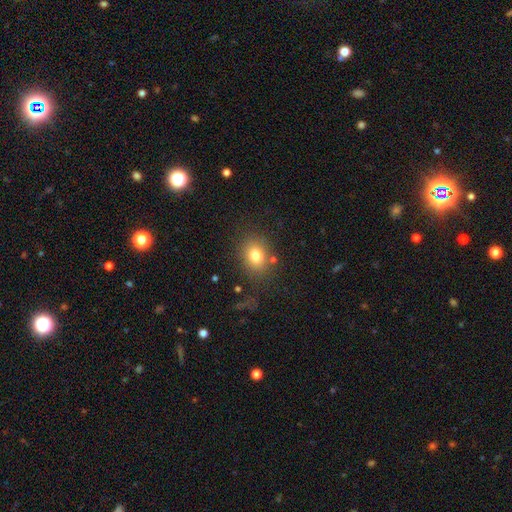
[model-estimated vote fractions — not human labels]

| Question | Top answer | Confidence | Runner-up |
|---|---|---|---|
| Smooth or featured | smooth | 78% | star or artifact (12%) |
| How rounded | round | 53% | in between (46%) |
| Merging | none | 78% | minor disturbance (12%) |